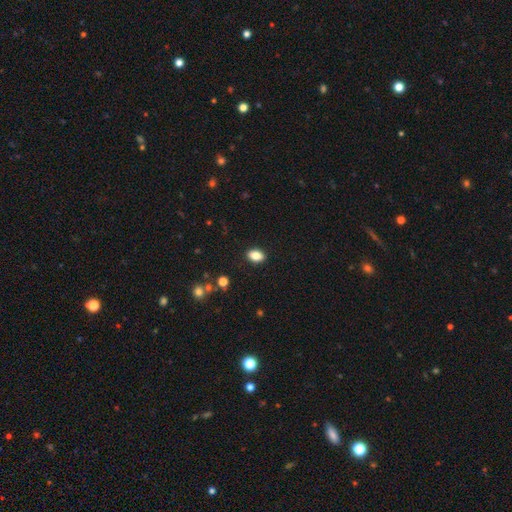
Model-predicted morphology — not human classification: Smooth or featured? smooth (84%)
How rounded? in between (85%)
Merging? none (89%)